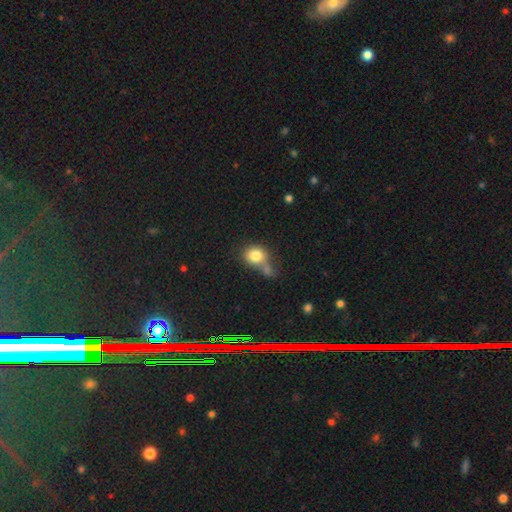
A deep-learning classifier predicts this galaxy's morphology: Overall: smooth (81%). How rounded: round (70%). Merging: none (41%; merger 35%).